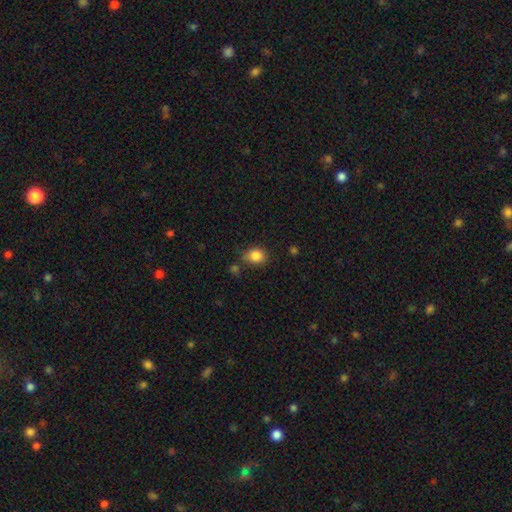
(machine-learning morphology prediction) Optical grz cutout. It shows a smooth galaxy with no disk features (85%) that is round (54%). Merging: none (70%).